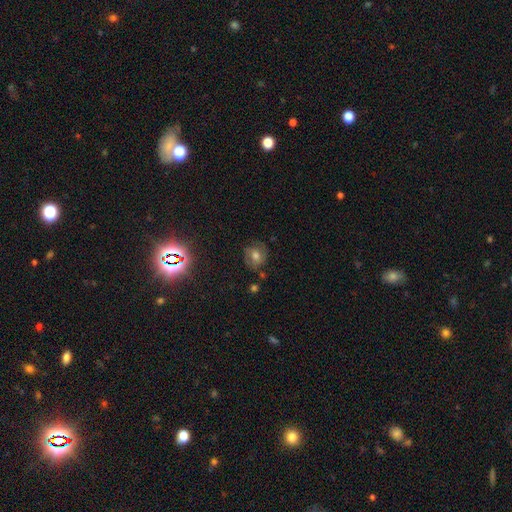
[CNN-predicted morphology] smooth_or_featured: smooth (p=0.47) [alt: featured or disk p=0.37]
merging: none (p=0.72) [alt: minor disturbance p=0.19]